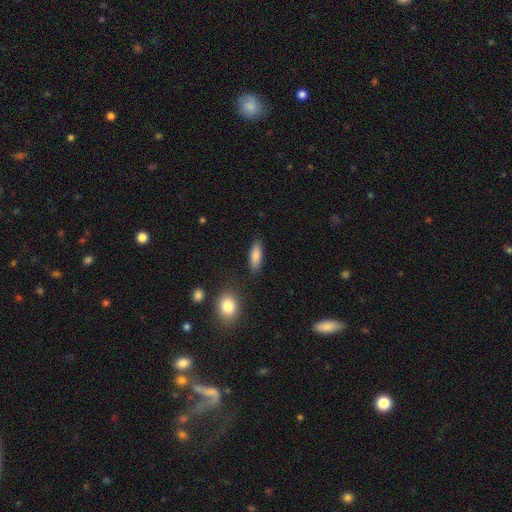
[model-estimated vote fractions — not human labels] This appears to be a smooth galaxy with no disk features (85%) that is in between round and cigar-shaped (64%). Merging: none (82%).